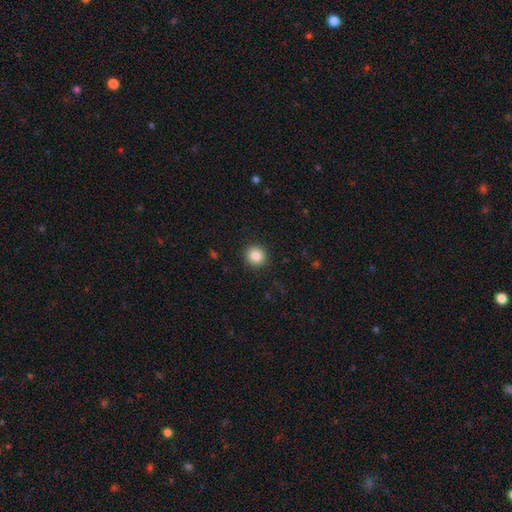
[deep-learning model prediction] smooth 86%, star or artifact 10%, featured or disk 4%. Down the decision tree: how rounded — round (94%); merging — none (92%).